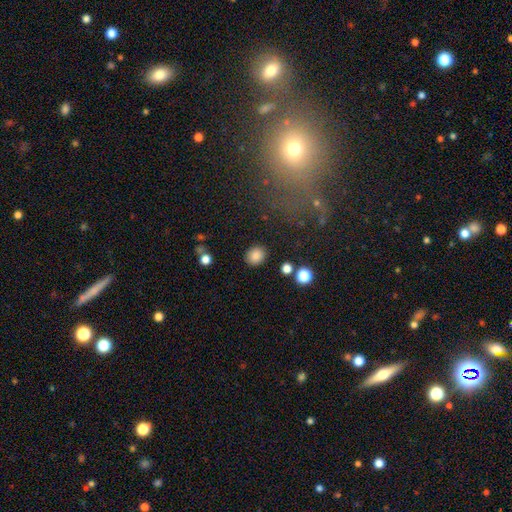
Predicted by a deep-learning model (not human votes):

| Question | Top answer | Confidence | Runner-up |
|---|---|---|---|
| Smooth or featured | smooth | 86% | star or artifact (10%) |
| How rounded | round | 72% | in between (27%) |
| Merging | none | 87% | minor disturbance (8%) |